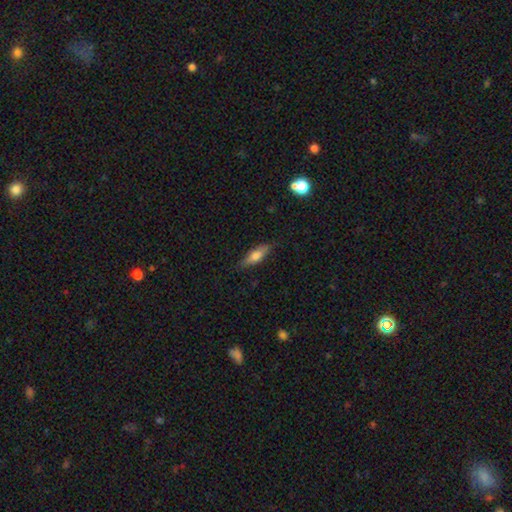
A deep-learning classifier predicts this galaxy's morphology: This appears to be a smooth galaxy with no disk features (65%) that is in between round and cigar-shaped (49%). Merging: none (81%).